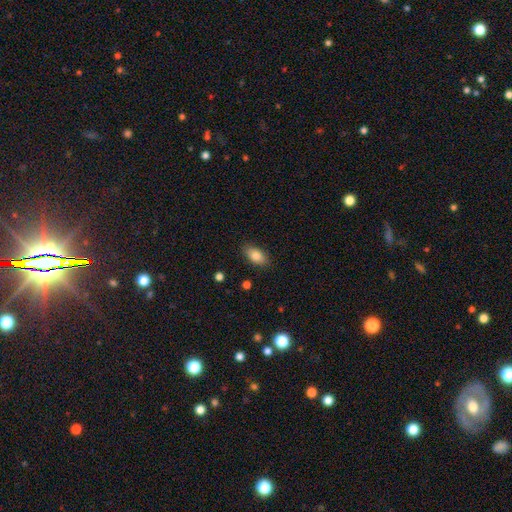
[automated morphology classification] type=smooth (83%); roundness=in between (90%); merging=none (86%).